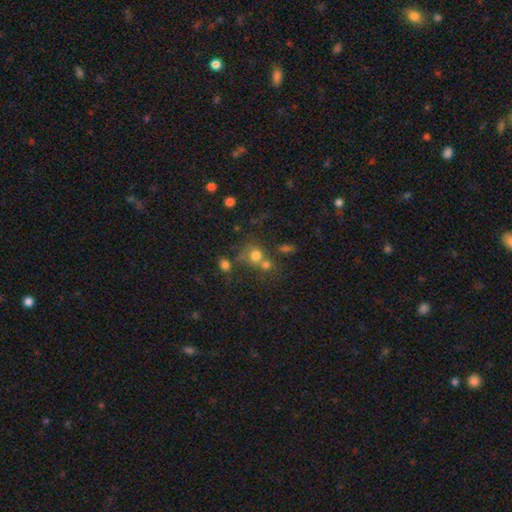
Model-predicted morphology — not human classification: Smooth or featured?
  - smooth: 71% *
  - star or artifact: 16%
  - featured or disk: 13%
How rounded?
  - round: 79% *
  - in between: 20%
  - cigar-shaped: 1%
Merging?
  - none: 45% *
  - merger: 37%
  - minor disturbance: 11%
  - major disturbance: 7%